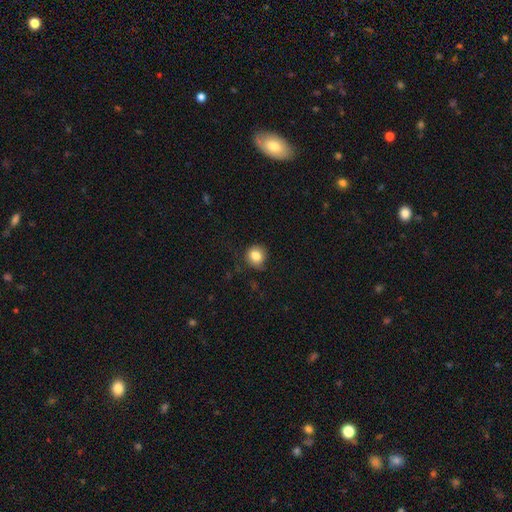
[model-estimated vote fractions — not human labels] Smooth or featured?
  - smooth: 82% *
  - star or artifact: 10%
  - featured or disk: 8%
How rounded?
  - round: 86% *
  - in between: 13%
  - cigar-shaped: 1%
Merging?
  - none: 74% *
  - minor disturbance: 19%
  - major disturbance: 6%
  - merger: 1%